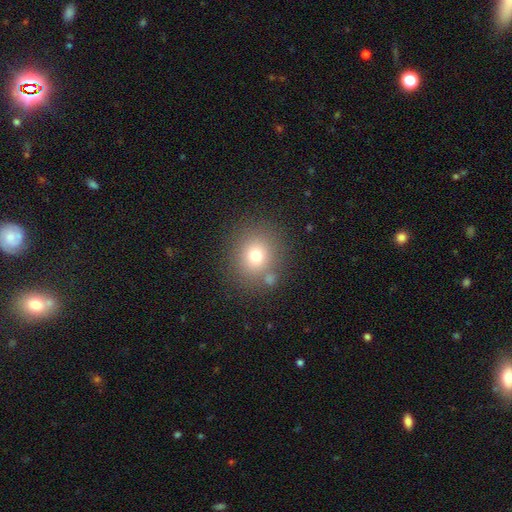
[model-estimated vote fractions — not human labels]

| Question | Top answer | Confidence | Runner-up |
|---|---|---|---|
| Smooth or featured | smooth | 72% | star or artifact (16%) |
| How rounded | round | 79% | in between (21%) |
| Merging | none | 78% | minor disturbance (10%) |